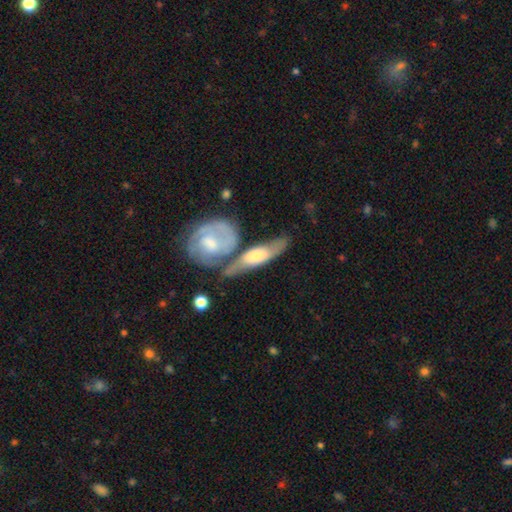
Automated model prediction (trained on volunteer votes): This appears to be a featured or disk galaxy (57%). Merging: none (43%).